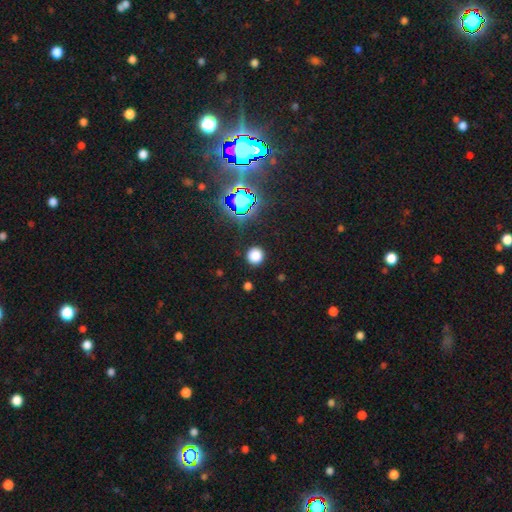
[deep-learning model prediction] smooth 75%, star or artifact 20%, featured or disk 5%. Down the decision tree: how rounded — round (93%); merging — none (89%).